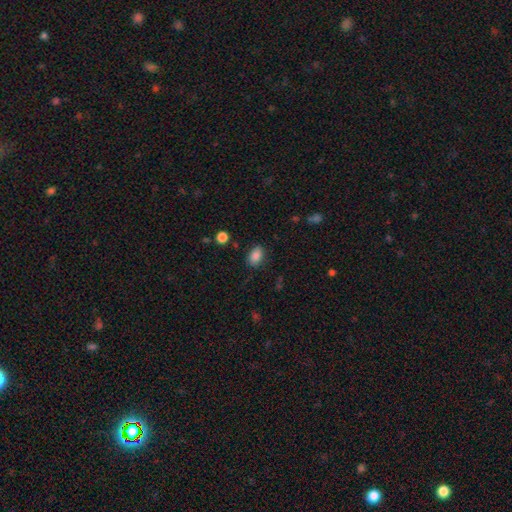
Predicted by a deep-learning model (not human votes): The model was most divided on "how rounded": in between: 83%, round: 16%, cigar-shaped: 1%. More confident: smooth or featured — smooth (85%); merging — none (84%).